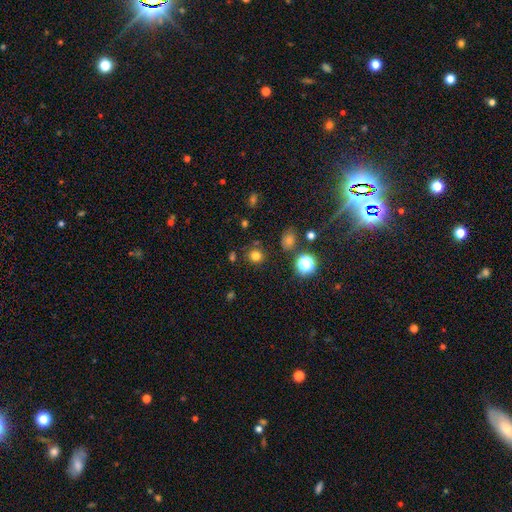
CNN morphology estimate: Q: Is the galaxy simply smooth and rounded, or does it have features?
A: smooth — 75%.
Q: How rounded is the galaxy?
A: round — 85%.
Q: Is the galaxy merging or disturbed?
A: none — 83%.